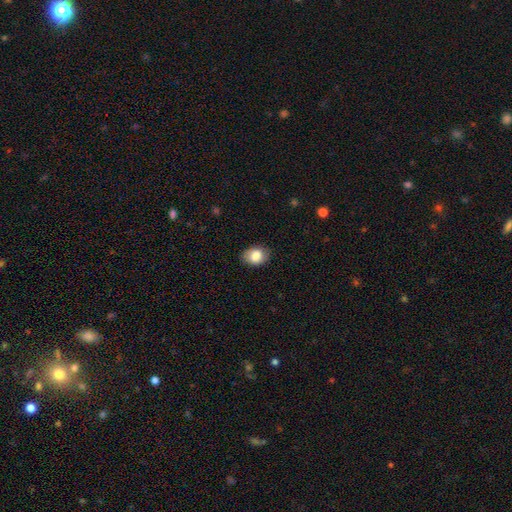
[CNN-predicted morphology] Smooth or featured?
  - smooth: 84% *
  - featured or disk: 8%
  - star or artifact: 8%
How rounded?
  - in between: 68% *
  - round: 31%
  - cigar-shaped: 1%
Merging?
  - none: 82% *
  - minor disturbance: 14%
  - major disturbance: 3%
  - merger: 1%